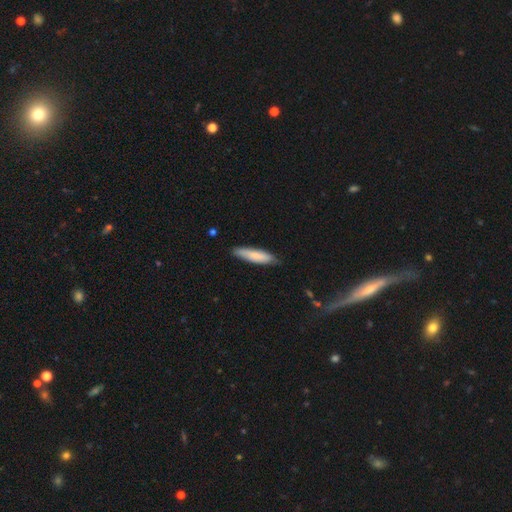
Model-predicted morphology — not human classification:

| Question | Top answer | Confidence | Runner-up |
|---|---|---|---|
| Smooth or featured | smooth | 79% | featured or disk (16%) |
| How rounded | cigar-shaped | 77% | in between (22%) |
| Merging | none | 81% | minor disturbance (16%) |